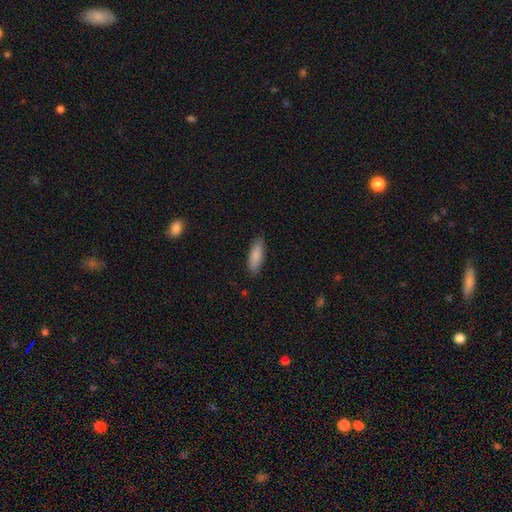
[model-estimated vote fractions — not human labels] Smooth or featured? smooth (86%)
How rounded? in between (63%)
Merging? none (85%)